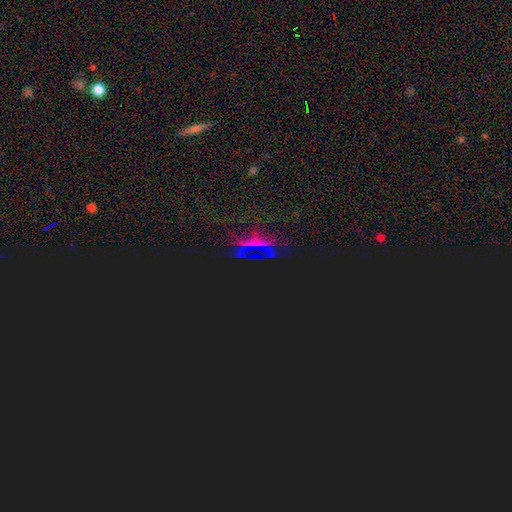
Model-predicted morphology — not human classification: This appears to be a star or artifact, not a galaxy (86%).